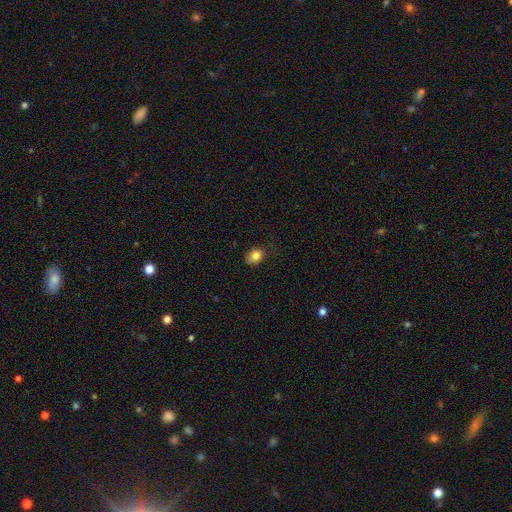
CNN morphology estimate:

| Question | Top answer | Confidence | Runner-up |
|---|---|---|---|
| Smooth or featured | smooth | 82% | star or artifact (10%) |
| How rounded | in between | 63% | round (35%) |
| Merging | none | 64% | minor disturbance (26%) |